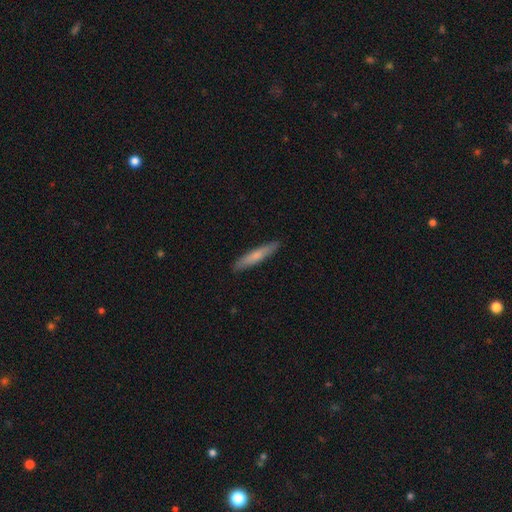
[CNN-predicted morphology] smooth 68%, featured or disk 26%, star or artifact 5%. Down the decision tree: how rounded — cigar-shaped (91%); merging — none (90%).